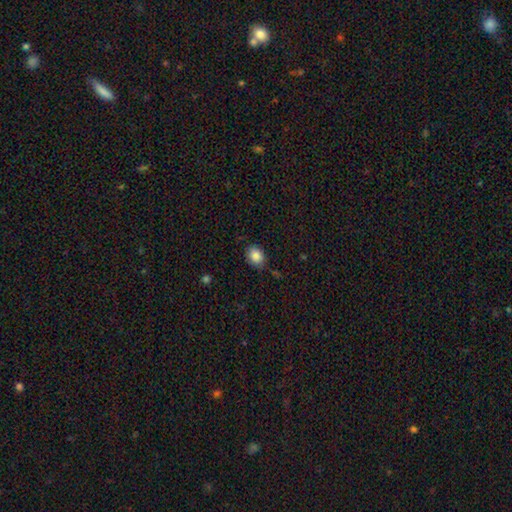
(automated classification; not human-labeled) The model was most divided on "how rounded": in between: 57%, round: 42%, cigar-shaped: 1%. More confident: smooth or featured — smooth (87%); merging — none (78%).